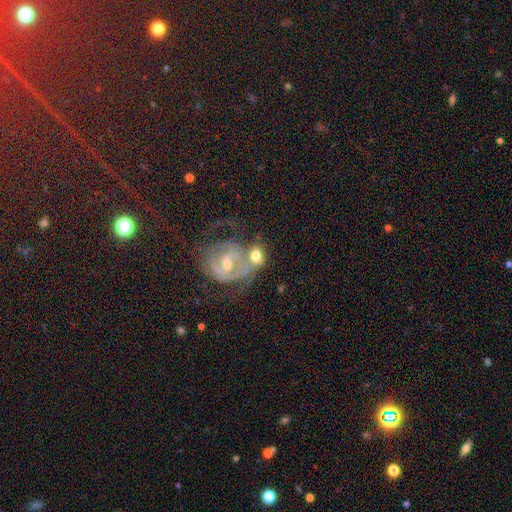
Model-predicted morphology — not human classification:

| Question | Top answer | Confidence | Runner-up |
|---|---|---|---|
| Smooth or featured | featured or disk | 61% | smooth (32%) |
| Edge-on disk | no | 96% | yes (4%) |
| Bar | no | 44% | weak (40%) |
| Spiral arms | yes | 83% | no (17%) |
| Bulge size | small | 47% | moderate (45%) |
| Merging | merger | 42% | none (33%) |